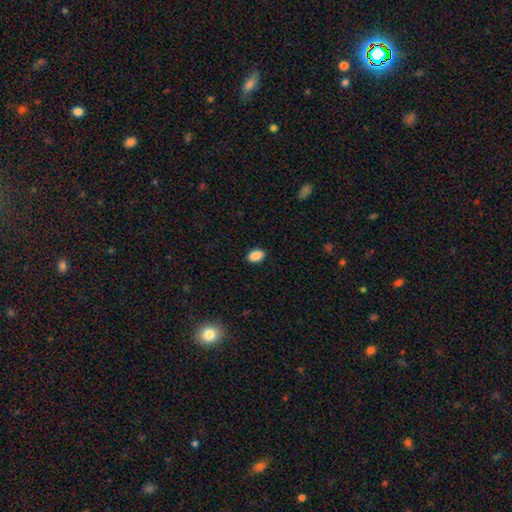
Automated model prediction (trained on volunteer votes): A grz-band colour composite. It shows a smooth galaxy with no disk features (89%) that is in between round and cigar-shaped (83%). Merging: none (89%).